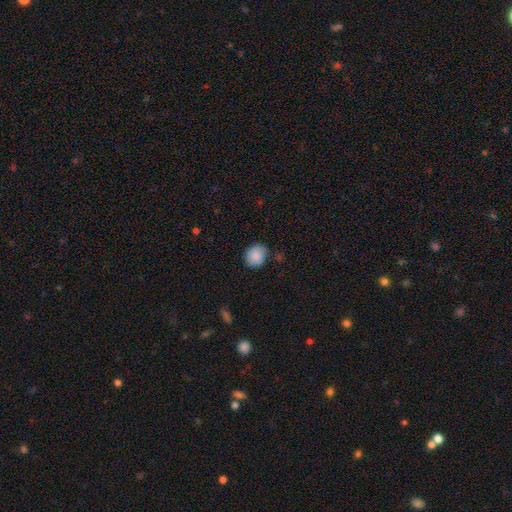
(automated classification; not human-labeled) Morphology: type=smooth (87%); roundness=round (73%); merging=none (76%).